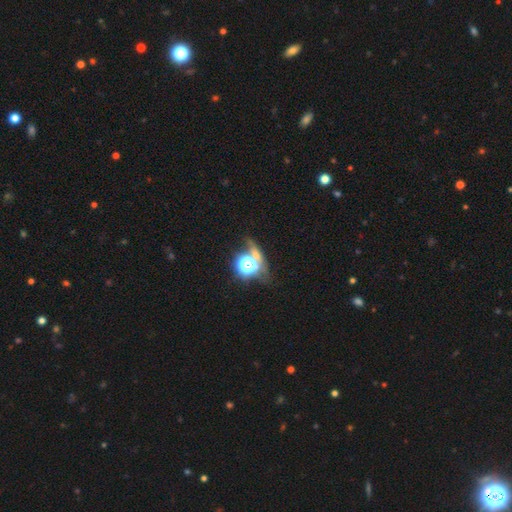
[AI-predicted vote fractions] Smooth or featured: star or artifact — 46% (smooth — 37%)